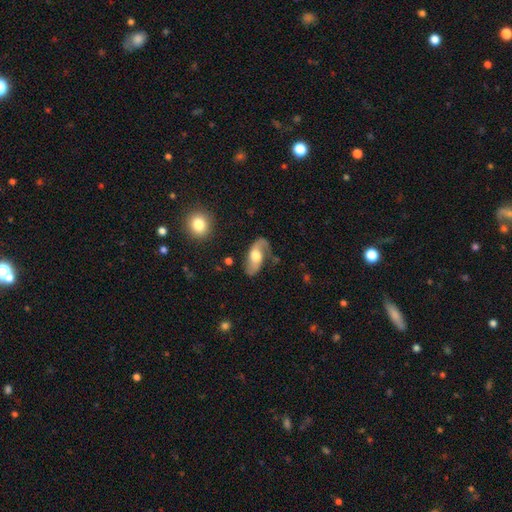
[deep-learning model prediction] Smooth or featured? Predicted: featured or disk (p=0.72). Edge-on disk? Predicted: no (p=0.93). Bar? Predicted: no (p=0.58). Spiral arms? Predicted: yes (p=0.90). Spiral winding? Predicted: loose (p=0.60). Spiral arm count? Predicted: 2 (p=0.81). Bulge size? Predicted: moderate (p=0.62). Merging? Predicted: none (p=0.59).